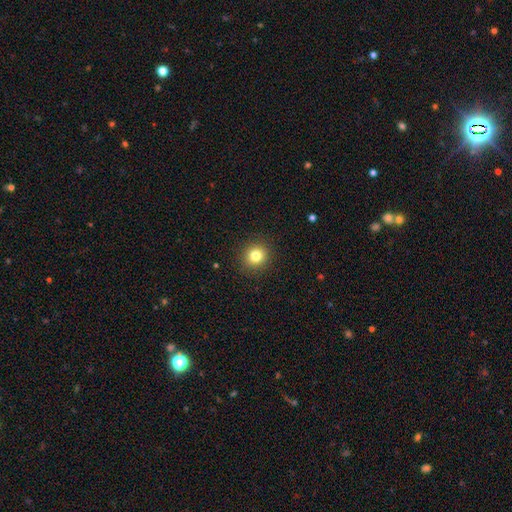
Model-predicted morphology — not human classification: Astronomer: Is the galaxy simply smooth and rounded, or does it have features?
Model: smooth — 81%.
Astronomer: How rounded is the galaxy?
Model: round — 89%.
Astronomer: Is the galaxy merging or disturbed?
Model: none — 91%.